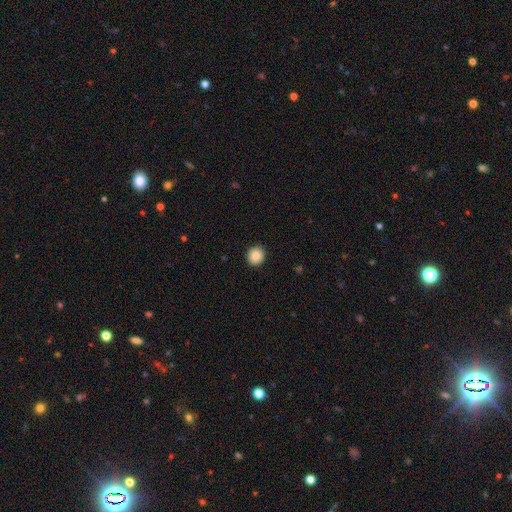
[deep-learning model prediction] A smooth galaxy with no disk features (88%) that is round (89%).

Vote fractions:
- Smooth or featured? smooth: 88% / star or artifact: 9% / featured or disk: 4%
- How rounded? round: 89% / in between: 10% / cigar-shaped: 1%
- Merging? none: 92% / minor disturbance: 5% / major disturbance: 2% / merger: 1%